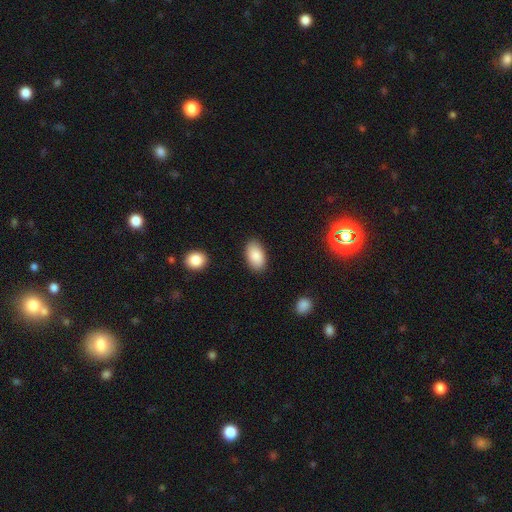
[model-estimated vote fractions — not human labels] This appears to be a smooth galaxy with no disk features (88%) that is in between round and cigar-shaped (94%). Merging: none (86%).